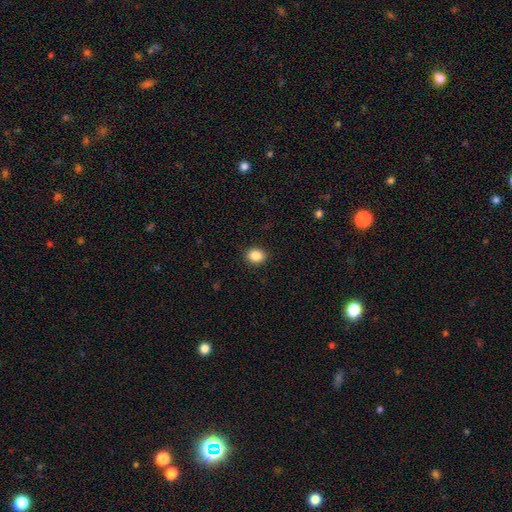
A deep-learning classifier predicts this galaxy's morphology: smooth-or-featured: smooth: 87% | star or artifact: 9% | featured or disk: 4%
  how-rounded: round: 50% | in between: 49% | cigar-shaped: 1%
  merging: none: 90% | minor disturbance: 7% | major disturbance: 2% | merger: 1%